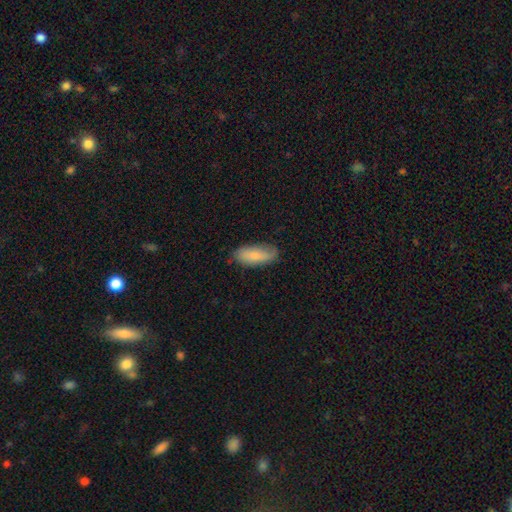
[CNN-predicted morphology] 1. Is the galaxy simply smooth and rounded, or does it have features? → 75% smooth, 19% featured or disk, 6% star or artifact.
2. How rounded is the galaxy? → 78% in between, 20% cigar-shaped, 2% round.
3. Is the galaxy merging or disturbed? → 74% none, 21% minor disturbance, 4% major disturbance, 1% merger.